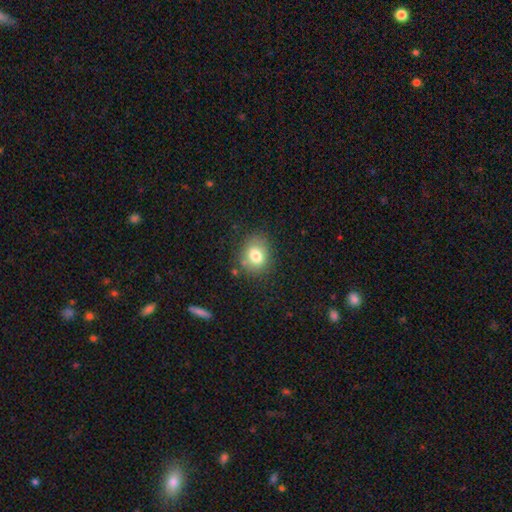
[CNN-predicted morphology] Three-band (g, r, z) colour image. It shows a smooth galaxy with no disk features (78%) that is round (53%). Merging: none (77%).